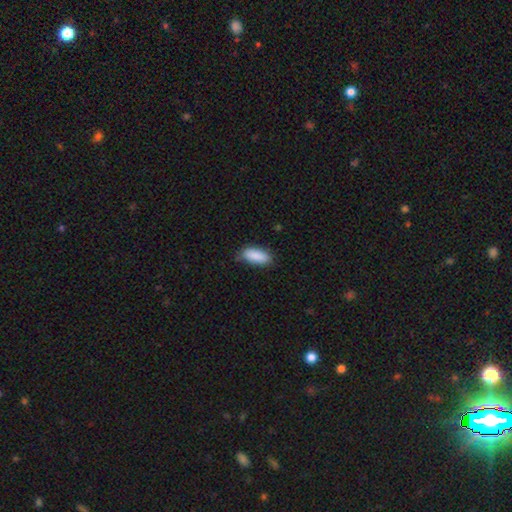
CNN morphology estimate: A smooth galaxy with no disk features (89%) that is in between round and cigar-shaped (81%). Merging: none (76%).